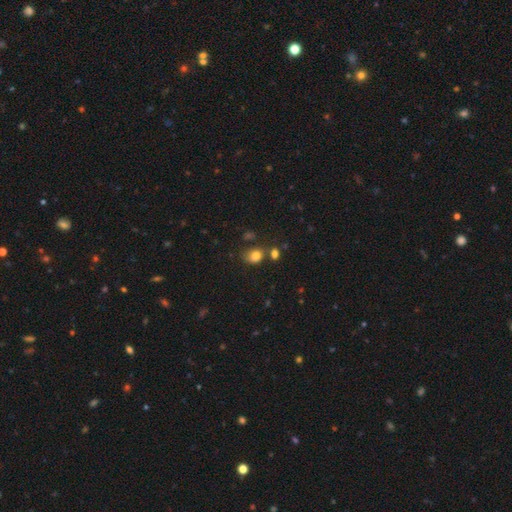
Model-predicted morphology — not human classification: Smooth or featured: smooth — 80% (star or artifact — 12%)
How rounded: in between — 52% (round — 47%)
Merging: none — 56% (minor disturbance — 21%)